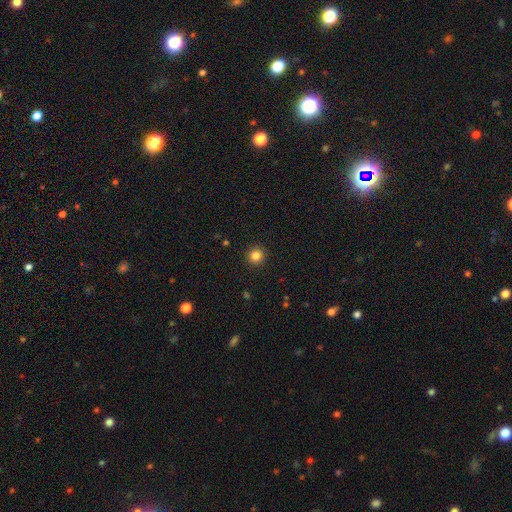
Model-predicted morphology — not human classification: The model was most divided on "smooth or featured": smooth: 84%, star or artifact: 12%, featured or disk: 4%. More confident: how rounded — round (95%); merging — none (93%).